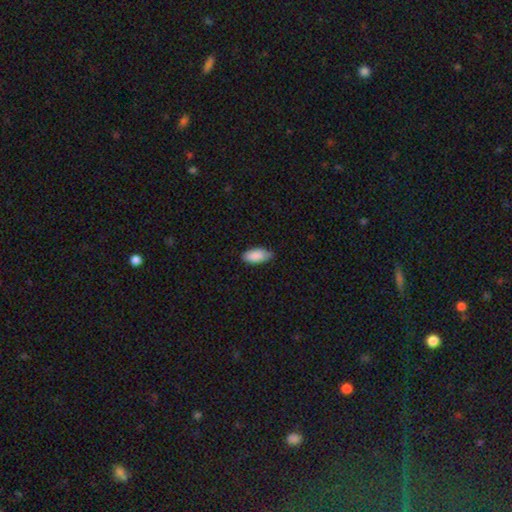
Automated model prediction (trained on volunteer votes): The model was most divided on "merging": none: 76%, minor disturbance: 20%, major disturbance: 3%, merger: 1%. More confident: how rounded — in between (91%); smooth or featured — smooth (90%).